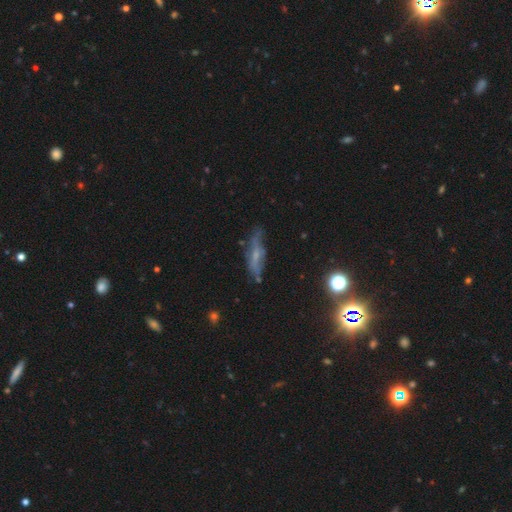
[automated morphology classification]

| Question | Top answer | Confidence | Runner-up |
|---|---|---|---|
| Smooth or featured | featured or disk | 51% | smooth (33%) |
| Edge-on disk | no | 51% | yes (49%) |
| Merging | none | 58% | minor disturbance (26%) |